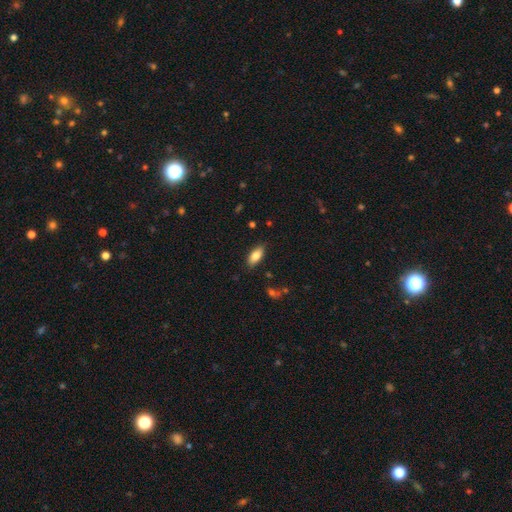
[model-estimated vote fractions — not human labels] Q: Smooth or featured?
A: smooth (79%); runner-up: featured or disk (14%)
Q: How rounded?
A: in between (85%); runner-up: cigar-shaped (13%)
Q: Merging?
A: none (84%); runner-up: minor disturbance (12%)